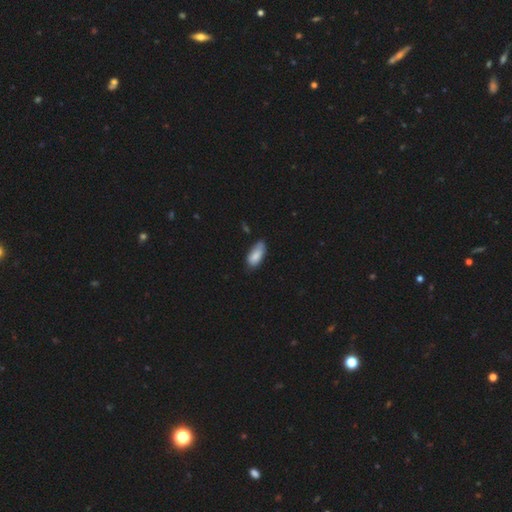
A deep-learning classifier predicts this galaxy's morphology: A smooth galaxy with no disk features (83%) that is in between round and cigar-shaped (88%).

Vote fractions:
- Smooth or featured? smooth: 83% / featured or disk: 10% / star or artifact: 7%
- How rounded? in between: 88% / cigar-shaped: 10% / round: 2%
- Merging? none: 61% / minor disturbance: 32% / major disturbance: 5% / merger: 2%